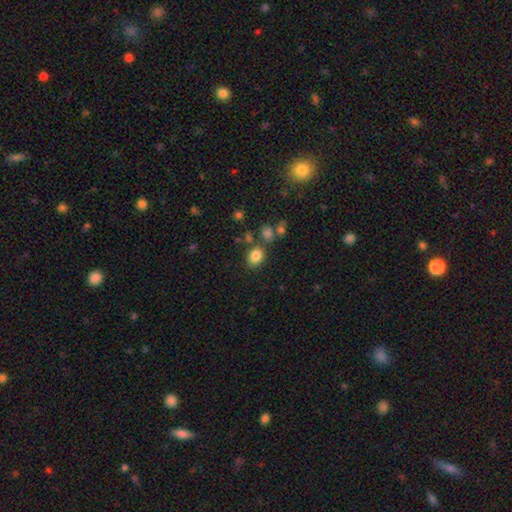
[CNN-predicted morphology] This appears to be a smooth galaxy with no disk features (82%) that is in between round and cigar-shaped (65%). Merging: none (72%).